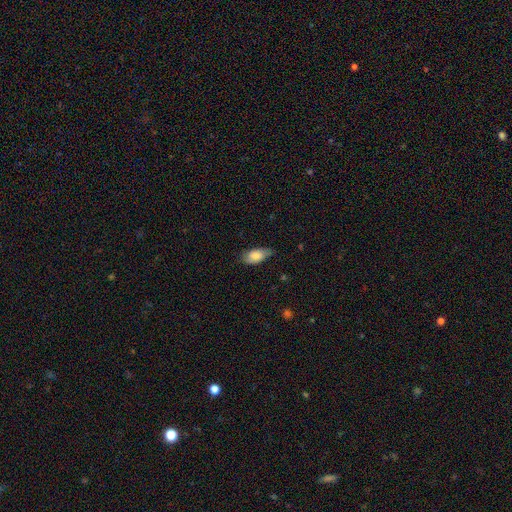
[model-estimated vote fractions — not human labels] This appears to be a smooth galaxy with no disk features (77%) that is in between round and cigar-shaped (90%). Merging: none (68%).